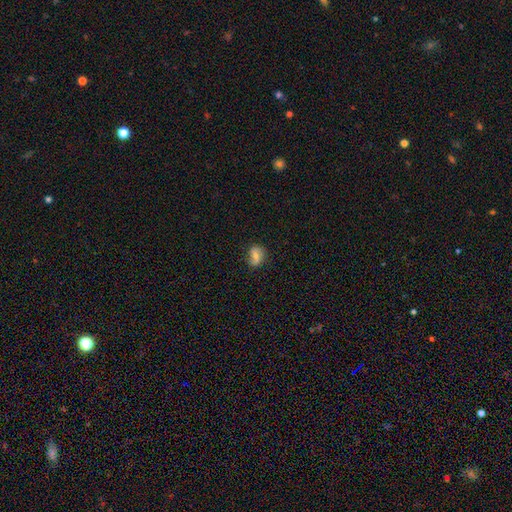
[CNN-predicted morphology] smooth-or-featured: smooth: 56% | featured or disk: 33% | star or artifact: 11%
  how-rounded: in between: 58% | round: 40% | cigar-shaped: 2%
  merging: none: 72% | minor disturbance: 21% | major disturbance: 5% | merger: 2%